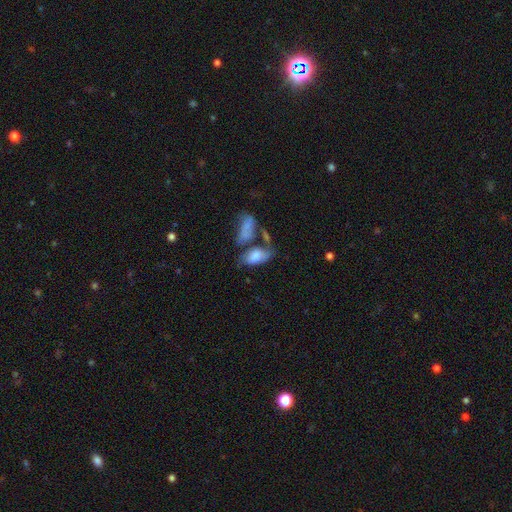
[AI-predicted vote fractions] smooth_or_featured: smooth (p=0.72) [alt: featured or disk p=0.20]
how_rounded: in between (p=0.92) [alt: cigar-shaped p=0.05]
merging: merger (p=0.36) [alt: none p=0.34]